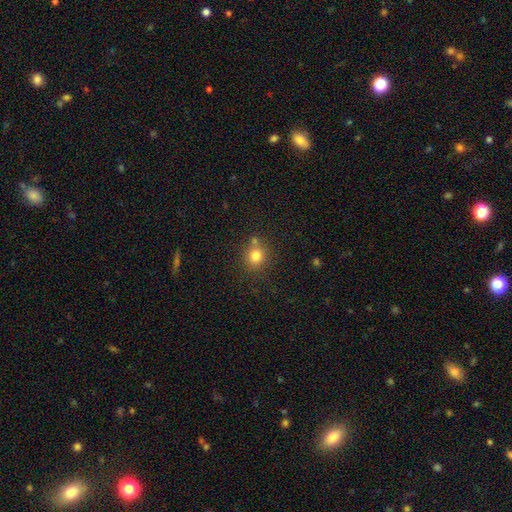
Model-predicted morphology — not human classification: Smooth or featured? Predicted: smooth (p=0.79). How rounded? Predicted: round (p=0.81). Merging? Predicted: none (p=0.67).